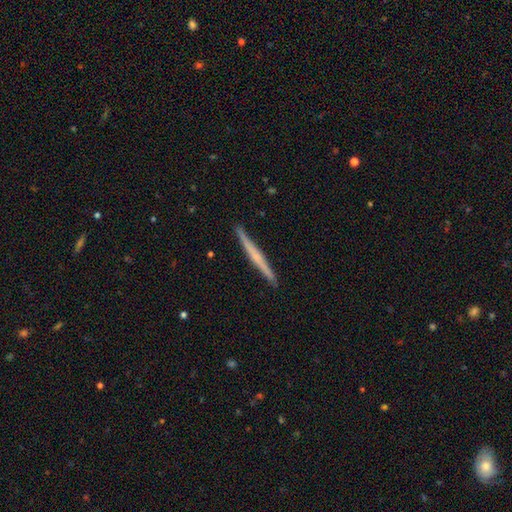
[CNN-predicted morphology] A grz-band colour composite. It shows a featured or disk galaxy (56%) viewed edge-on (98%) with no central bulge (64%). Merging: none (92%).